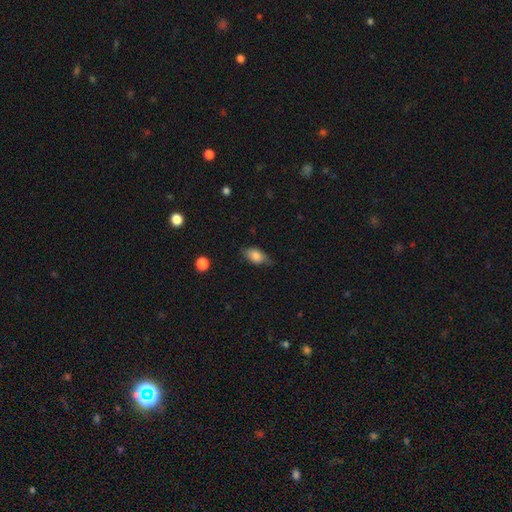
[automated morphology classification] Smooth or featured? Predicted: smooth (p=0.79). How rounded? Predicted: in between (p=0.87). Merging? Predicted: none (p=0.68).